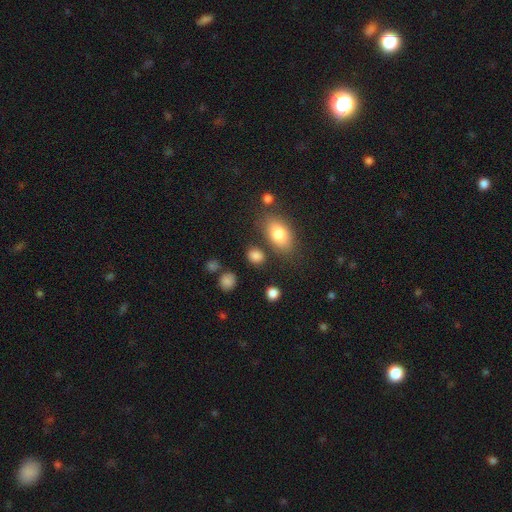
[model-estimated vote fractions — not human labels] The model was most divided on "how rounded": in between: 63%, round: 35%, cigar-shaped: 2%. More confident: smooth or featured — smooth (83%); merging — none (74%).